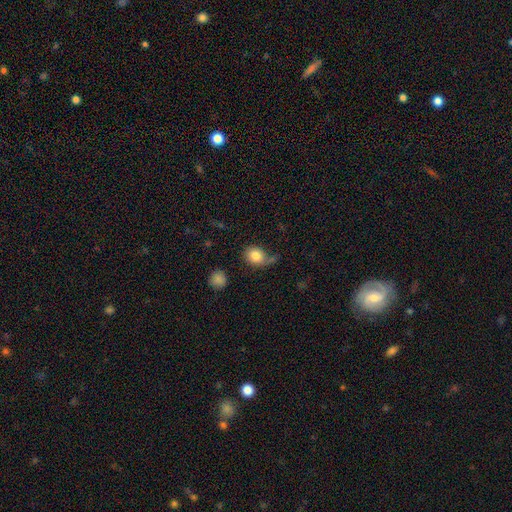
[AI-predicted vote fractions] This is clearly a smooth galaxy (82%). How rounded: possibly round (56%). Merging: possibly none (48%).